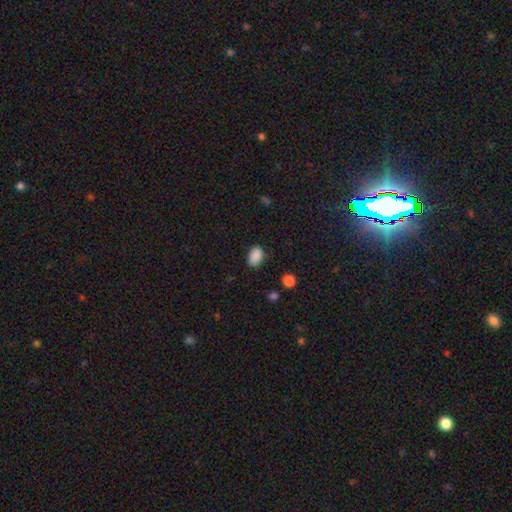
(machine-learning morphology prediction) This is clearly a smooth galaxy (88%). How rounded: clearly in between (85%). Merging: likely none (78%).